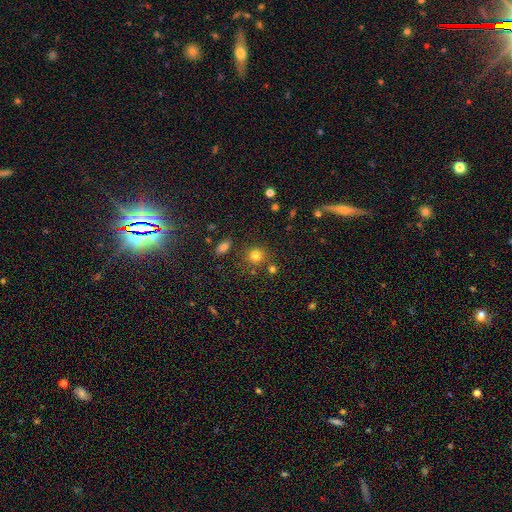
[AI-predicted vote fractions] Smooth or featured? smooth (77%)
How rounded? round (89%)
Merging? none (78%)